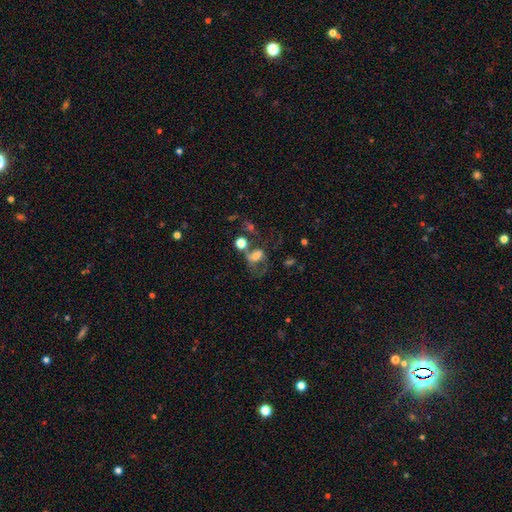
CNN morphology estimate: A smooth galaxy with no disk features (49%). Merging: merger (30%).